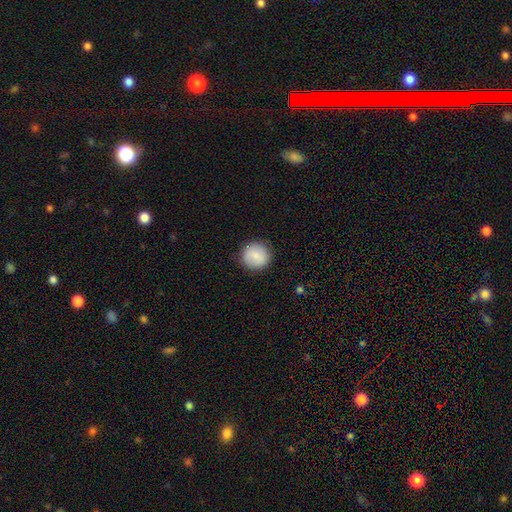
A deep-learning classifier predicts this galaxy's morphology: Smooth or featured? Predicted: smooth (p=0.83). How rounded? Predicted: round (p=0.93). Merging? Predicted: none (p=0.89).